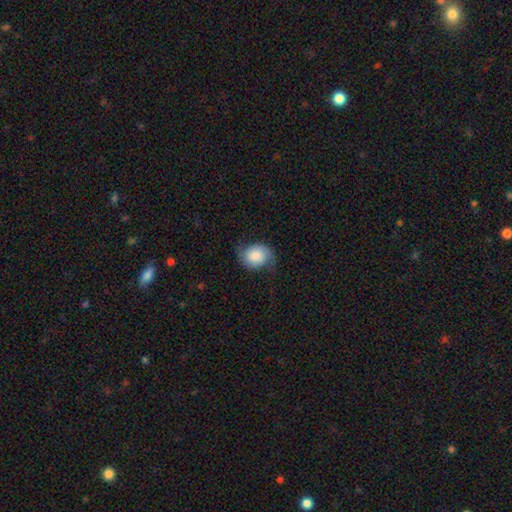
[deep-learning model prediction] Smooth or featured: smooth — 51% (featured or disk — 40%)
How rounded: round — 60% (in between — 39%)
Merging: none — 64% (minor disturbance — 25%)